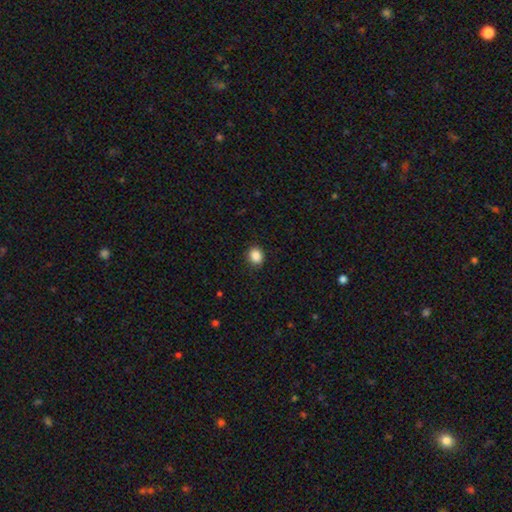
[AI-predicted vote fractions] The model was most divided on "how rounded": round: 57%, in between: 42%, cigar-shaped: 1%. More confident: merging — none (89%); smooth or featured — smooth (88%).